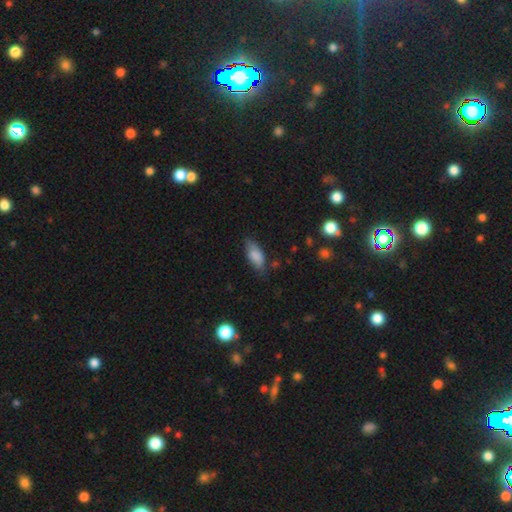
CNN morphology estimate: Overall: smooth (81%). How rounded: in between (83%). Merging: none (66%; minor disturbance 26%).